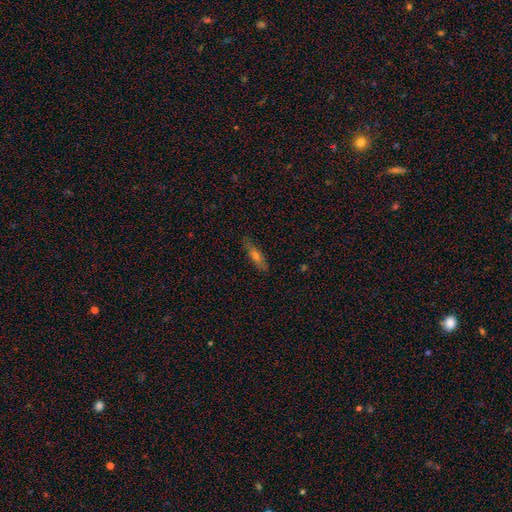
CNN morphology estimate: This is possibly a smooth galaxy (52%). How rounded: likely cigar-shaped (68%). Merging: clearly none (84%).